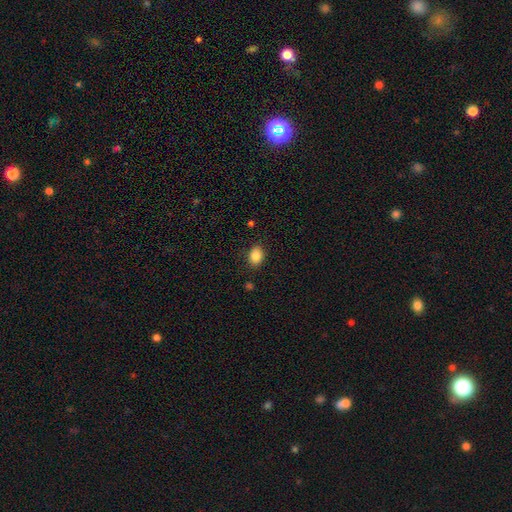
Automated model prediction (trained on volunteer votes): Smooth or featured? Predicted: smooth (p=0.86). How rounded? Predicted: in between (p=0.67). Merging? Predicted: none (p=0.86).